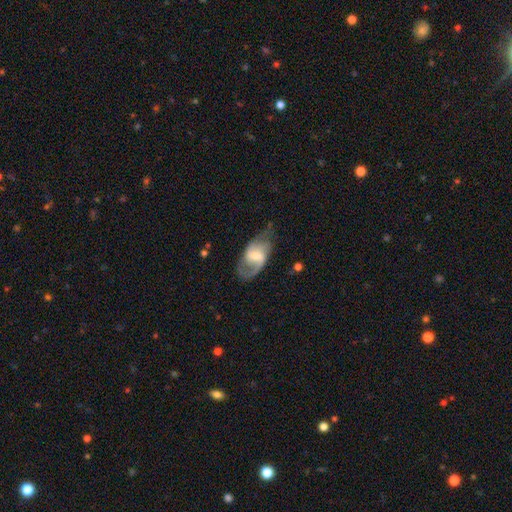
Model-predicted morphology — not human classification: Smooth or featured: featured or disk — 71% (smooth — 23%)
Edge-on disk: no — 96% (yes — 4%)
Bar: weak — 53% (no — 25%)
Spiral arms: yes — 88% (no — 12%)
Spiral winding: medium — 47% (loose — 37%)
Spiral arm count: 2 — 75% (1 — 11%)
Bulge size: moderate — 38% (small — 32%)
Merging: none — 57% (minor disturbance — 24%)